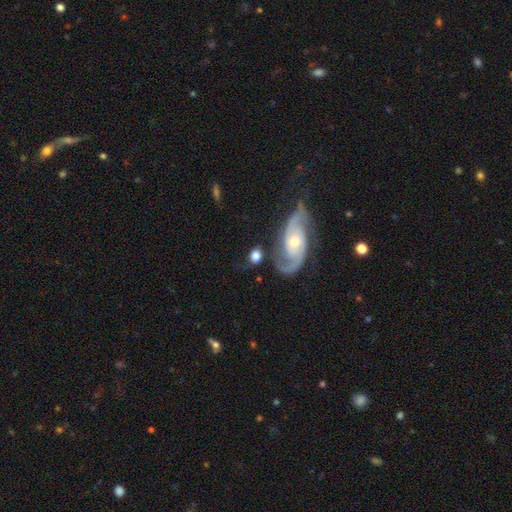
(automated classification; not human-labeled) smooth_or_featured: smooth (p=0.48) [alt: featured or disk p=0.45]
merging: none (p=0.59) [alt: minor disturbance p=0.16]